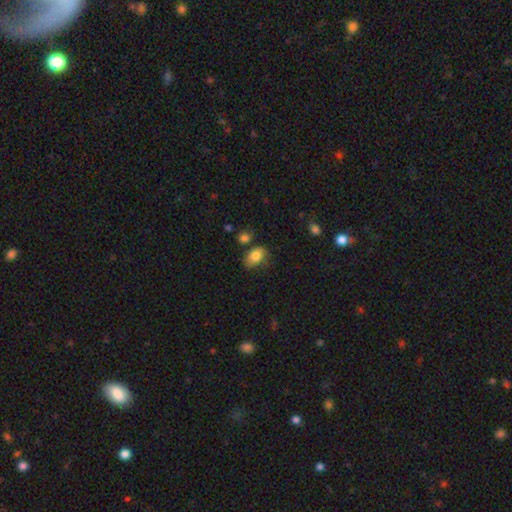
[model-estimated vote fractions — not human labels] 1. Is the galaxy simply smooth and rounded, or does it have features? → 83% smooth, 9% featured or disk, 8% star or artifact.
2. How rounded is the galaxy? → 85% in between, 14% round, 1% cigar-shaped.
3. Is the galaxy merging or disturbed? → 60% none, 27% minor disturbance, 7% merger, 6% major disturbance.